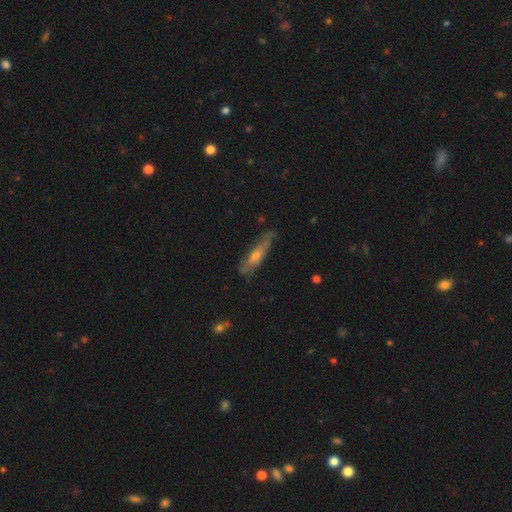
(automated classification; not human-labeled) A featured or disk galaxy (50%). Merging: none (68%).